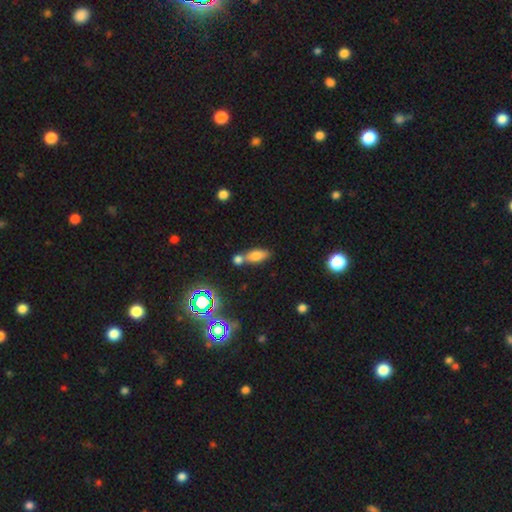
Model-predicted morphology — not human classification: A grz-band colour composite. It shows a smooth galaxy with no disk features (71%) that is in between round and cigar-shaped (78%). Merging: none (44%).